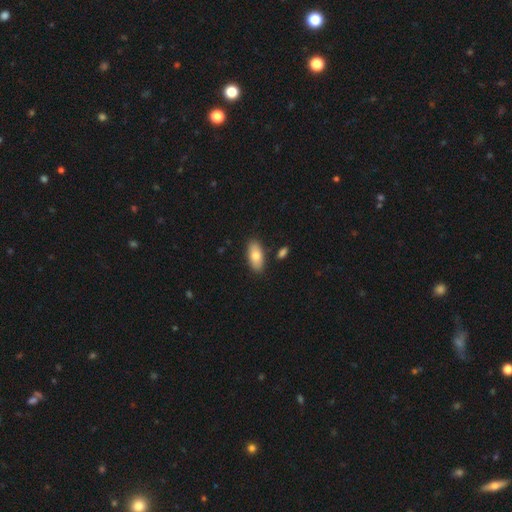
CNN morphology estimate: Smooth or featured? smooth (78%)
How rounded? in between (91%)
Merging? none (85%)